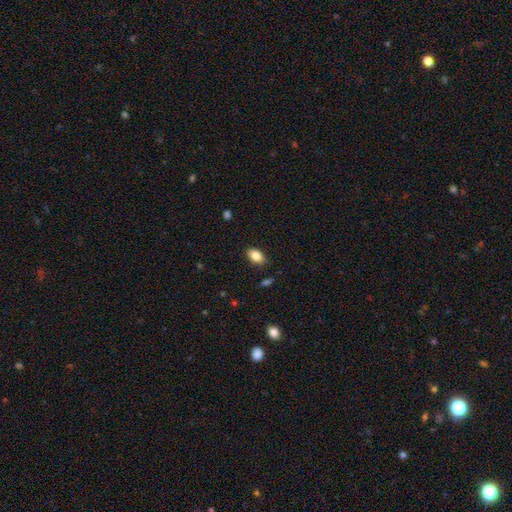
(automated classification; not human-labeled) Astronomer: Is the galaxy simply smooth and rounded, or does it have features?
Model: smooth — 84%.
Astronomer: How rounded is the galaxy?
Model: in between — 91%.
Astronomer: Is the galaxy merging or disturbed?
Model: none — 87%.